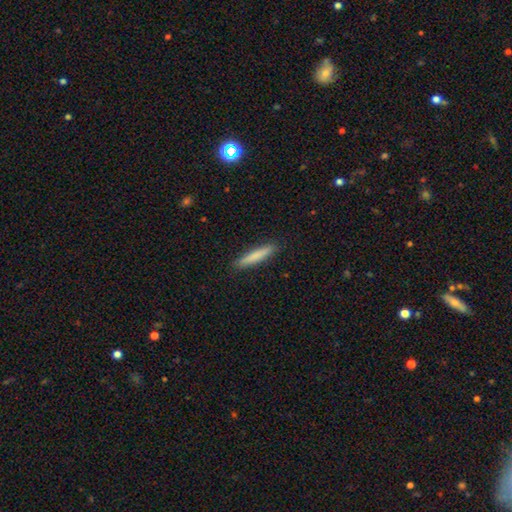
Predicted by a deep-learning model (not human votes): smooth-or-featured: smooth: 79% | featured or disk: 16% | star or artifact: 6%
  how-rounded: cigar-shaped: 93% | in between: 6% | round: 1%
  merging: none: 90% | minor disturbance: 7% | major disturbance: 2% | merger: 1%